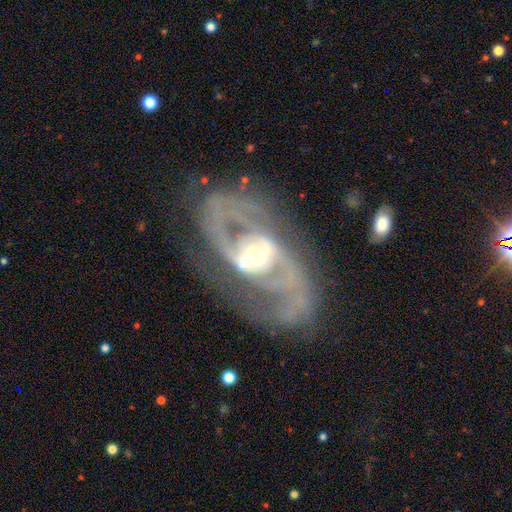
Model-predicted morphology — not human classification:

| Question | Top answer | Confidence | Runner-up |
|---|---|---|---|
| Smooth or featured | featured or disk | 88% | smooth (7%) |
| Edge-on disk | no | 95% | yes (5%) |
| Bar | strong | 51% | weak (32%) |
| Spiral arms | yes | 86% | no (14%) |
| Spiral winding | medium | 48% | loose (28%) |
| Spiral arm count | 2 | 81% | can't tell (8%) |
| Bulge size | moderate | 56% | small (31%) |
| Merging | none | 57% | major disturbance (23%) |